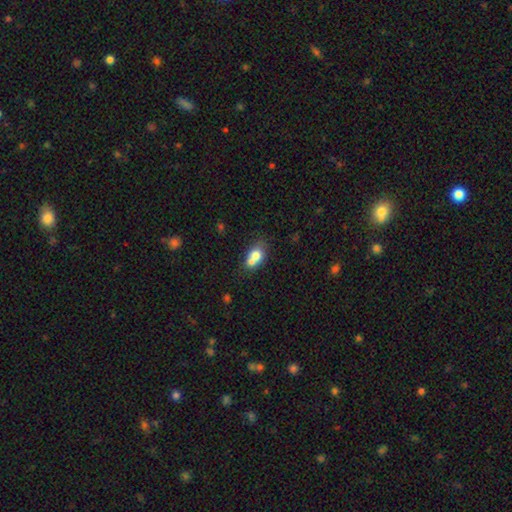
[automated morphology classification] Smooth or featured: smooth — 71% (featured or disk — 20%)
How rounded: in between — 60% (round — 38%)
Merging: merger — 55% (none — 31%)